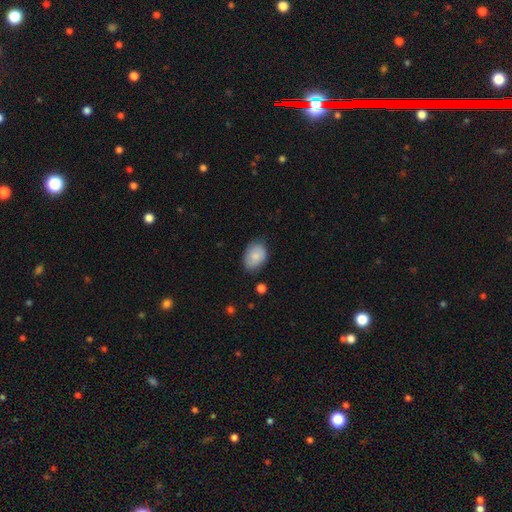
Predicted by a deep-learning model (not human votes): smooth 83%, featured or disk 10%, star or artifact 7%. Down the decision tree: how rounded — in between (80%); merging — none (73%).